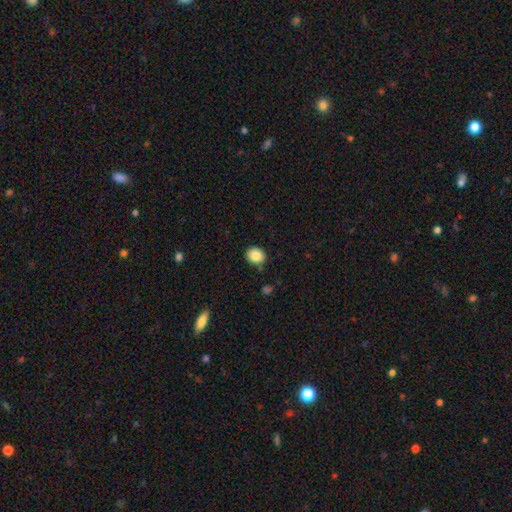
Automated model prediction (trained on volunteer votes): A smooth galaxy with no disk features (86%) that is round (66%). Merging: none (86%).